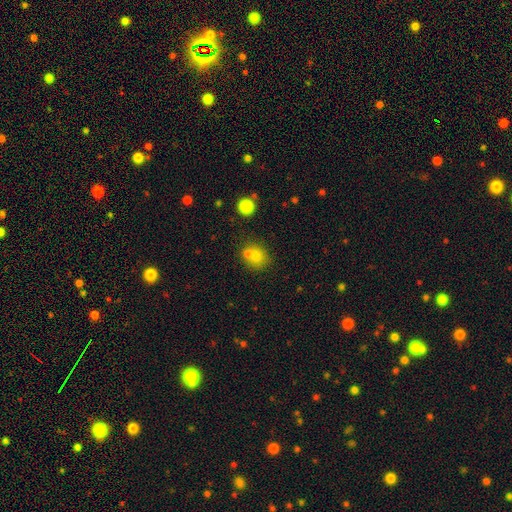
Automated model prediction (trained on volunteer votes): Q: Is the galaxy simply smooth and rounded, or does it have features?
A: smooth — 74%.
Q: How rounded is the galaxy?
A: round — 74%.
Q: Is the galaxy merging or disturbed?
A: none — 49%.